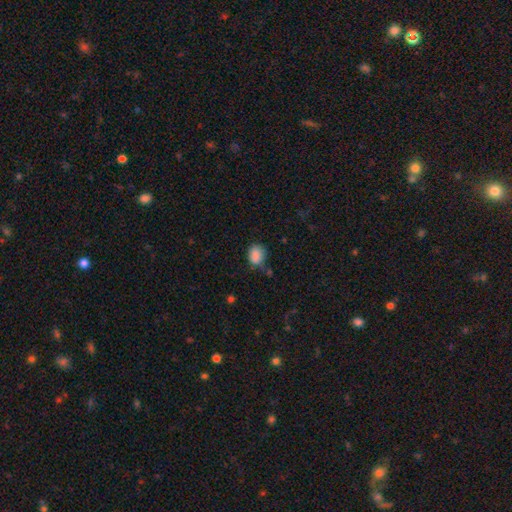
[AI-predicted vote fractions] Smooth or featured? smooth (86%)
How rounded? in between (61%)
Merging? none (65%)